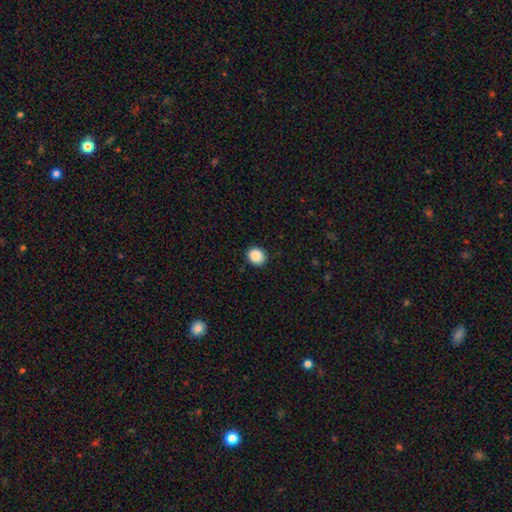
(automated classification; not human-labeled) Smooth or featured? Predicted: smooth (p=0.88). How rounded? Predicted: round (p=0.72). Merging? Predicted: none (p=0.90).